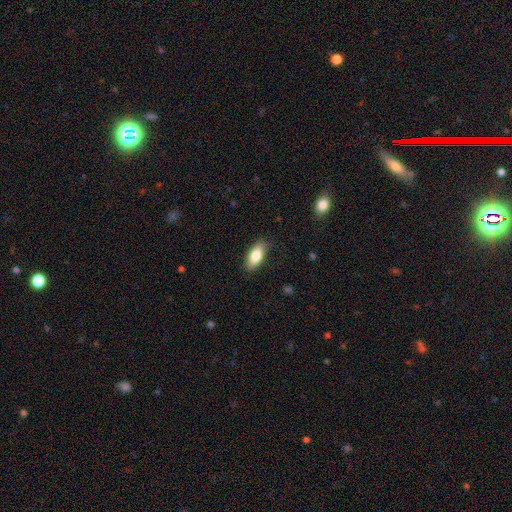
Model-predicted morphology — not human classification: Q: Smooth or featured?
A: smooth (82%); runner-up: featured or disk (12%)
Q: How rounded?
A: in between (87%); runner-up: cigar-shaped (11%)
Q: Merging?
A: none (83%); runner-up: minor disturbance (13%)